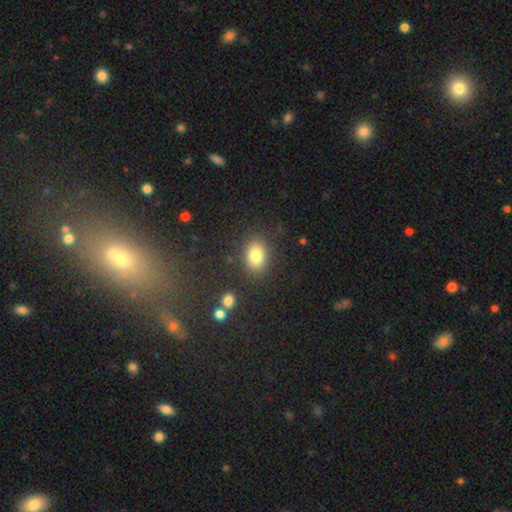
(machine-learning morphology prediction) Smooth or featured?
  - smooth: 81% *
  - star or artifact: 10%
  - featured or disk: 8%
How rounded?
  - in between: 69% *
  - round: 30%
  - cigar-shaped: 1%
Merging?
  - none: 83% *
  - minor disturbance: 10%
  - major disturbance: 4%
  - merger: 3%